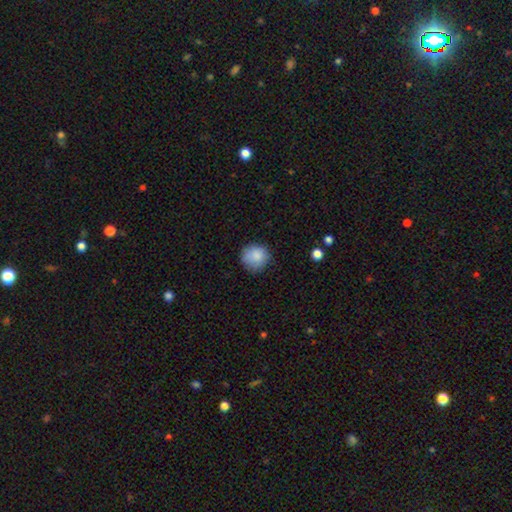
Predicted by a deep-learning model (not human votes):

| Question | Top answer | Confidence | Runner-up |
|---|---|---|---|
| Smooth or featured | smooth | 86% | star or artifact (8%) |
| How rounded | round | 89% | in between (10%) |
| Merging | none | 76% | minor disturbance (19%) |